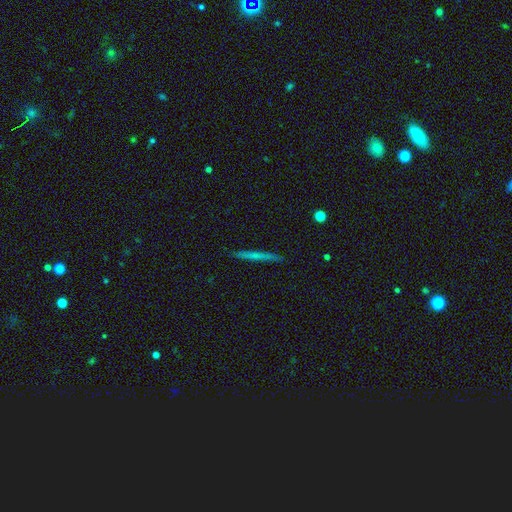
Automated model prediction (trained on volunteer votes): Smooth or featured? smooth (53%)
How rounded? cigar-shaped (96%)
Merging? none (91%)